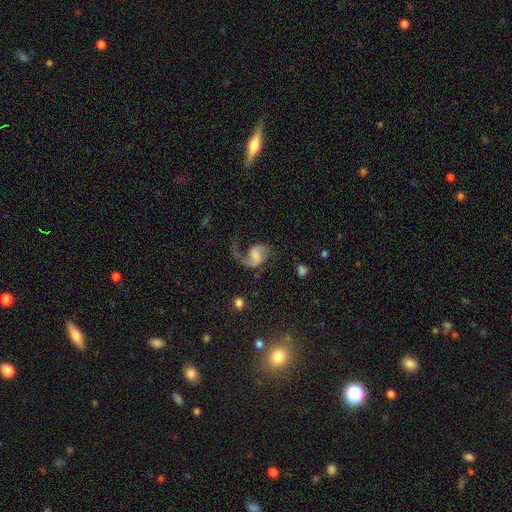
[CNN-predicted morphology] type=featured or disk (83%); edge-on=no (98%); bar=no (44%); spiral arms=yes (96%); winding=loose (62%); arm count=2 (66%); bulge=none (40%); merging=none (47%).